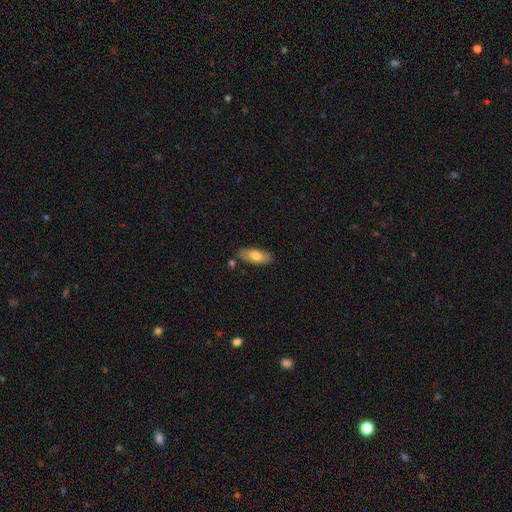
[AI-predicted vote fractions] Q: Smooth or featured?
A: smooth (74%); runner-up: featured or disk (20%)
Q: How rounded?
A: in between (81%); runner-up: cigar-shaped (17%)
Q: Merging?
A: none (80%); runner-up: minor disturbance (13%)